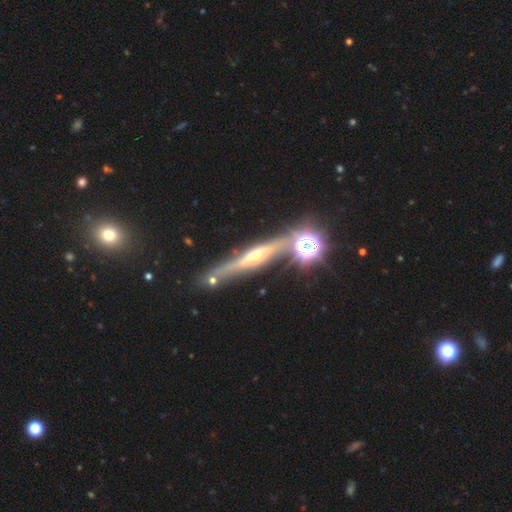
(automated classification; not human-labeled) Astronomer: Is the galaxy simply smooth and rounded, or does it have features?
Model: featured or disk — 78%.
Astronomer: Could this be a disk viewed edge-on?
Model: yes — 94%.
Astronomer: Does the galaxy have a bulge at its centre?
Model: rounded — 82%.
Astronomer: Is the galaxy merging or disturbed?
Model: none — 76%.